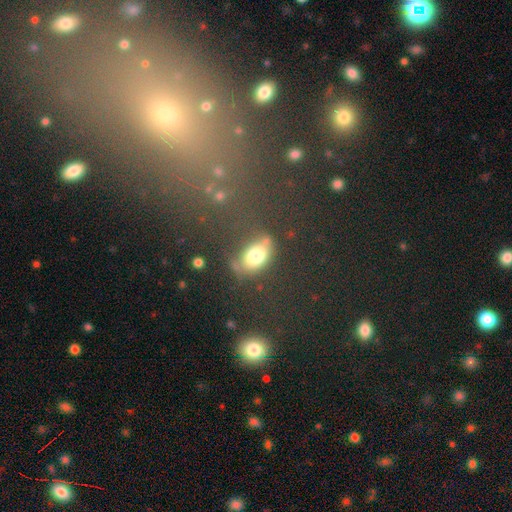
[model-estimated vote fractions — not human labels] This appears to be a smooth galaxy with no disk features (75%) that is in between round and cigar-shaped (75%). Merging: none (59%).